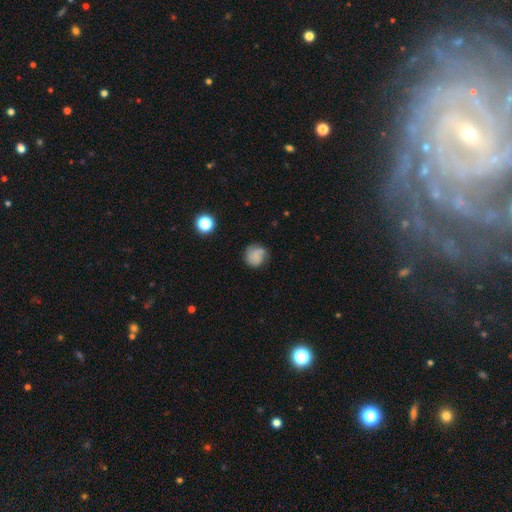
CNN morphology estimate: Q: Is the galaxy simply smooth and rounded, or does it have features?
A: smooth — 67%.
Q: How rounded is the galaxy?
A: round — 82%.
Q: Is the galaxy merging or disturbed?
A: none — 63%.